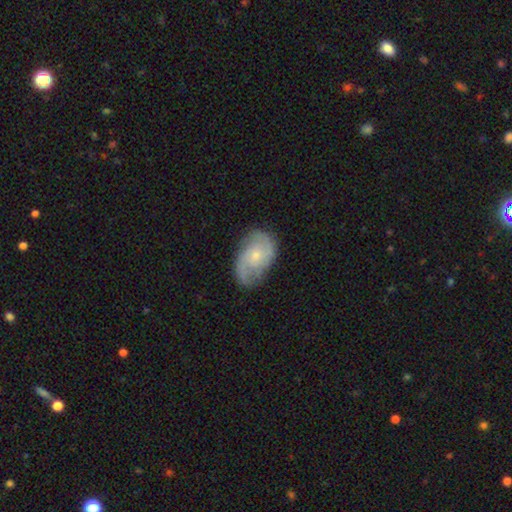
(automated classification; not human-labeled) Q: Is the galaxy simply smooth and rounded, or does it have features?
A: featured or disk — 72%.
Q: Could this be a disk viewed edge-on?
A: no — 97%.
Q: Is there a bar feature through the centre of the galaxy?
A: no — 69%.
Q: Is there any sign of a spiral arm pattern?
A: yes — 93%.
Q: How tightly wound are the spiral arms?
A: medium — 47%.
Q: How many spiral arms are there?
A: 2 — 72%.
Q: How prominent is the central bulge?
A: small — 65%.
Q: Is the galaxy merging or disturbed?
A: none — 68%.